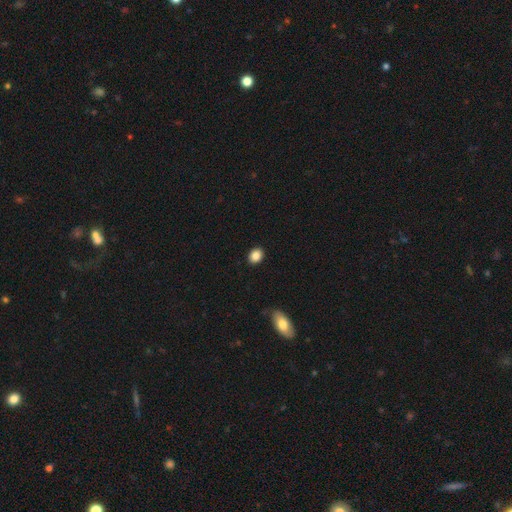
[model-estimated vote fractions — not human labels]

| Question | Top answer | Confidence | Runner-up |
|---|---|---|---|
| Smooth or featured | smooth | 87% | star or artifact (9%) |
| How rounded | in between | 60% | round (39%) |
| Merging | none | 90% | minor disturbance (7%) |